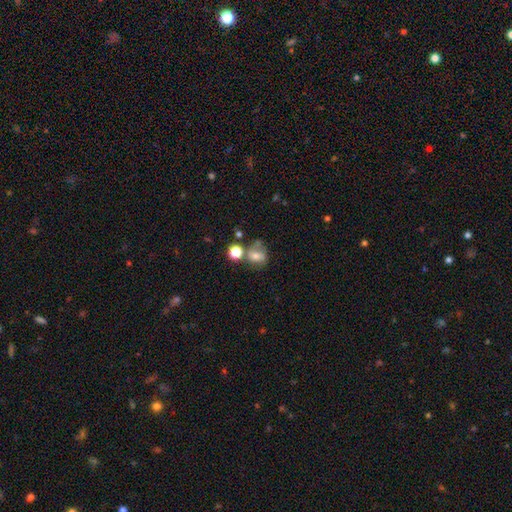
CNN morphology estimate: Smooth or featured? Predicted: smooth (p=0.61). How rounded? Predicted: round (p=0.53). Merging? Predicted: none (p=0.38).